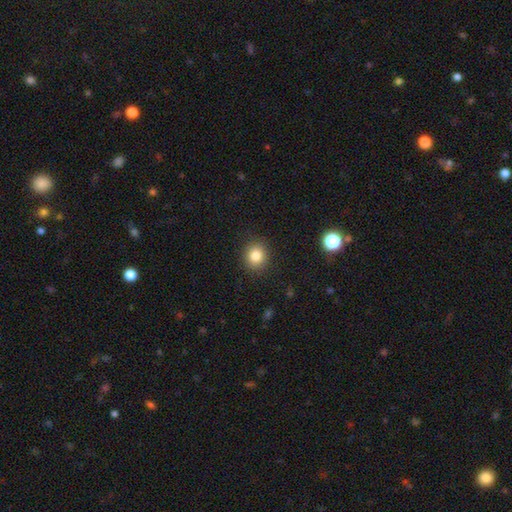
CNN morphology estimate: type=smooth (83%); roundness=round (81%); merging=none (89%).